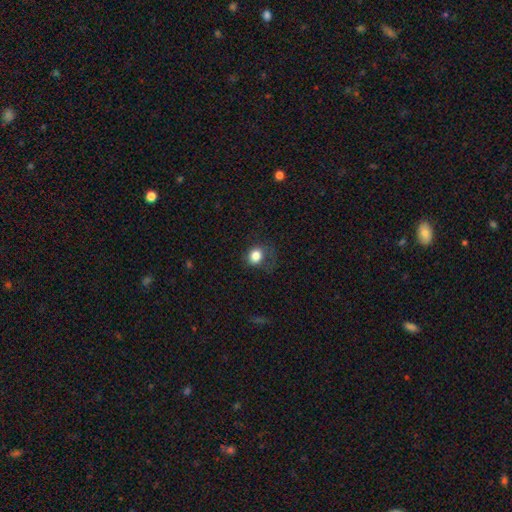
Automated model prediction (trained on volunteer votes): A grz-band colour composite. It shows a smooth galaxy with no disk features (82%) that is round (69%). Merging: none (60%).